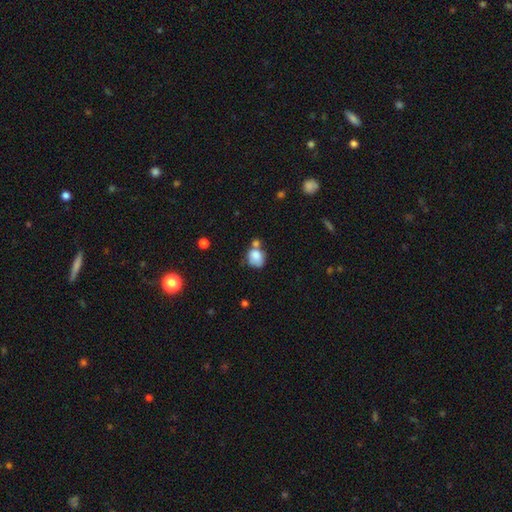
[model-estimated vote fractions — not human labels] smooth-or-featured: smooth: 80% | featured or disk: 12% | star or artifact: 9%
  how-rounded: round: 61% | in between: 37% | cigar-shaped: 1%
  merging: none: 37% | merger: 35% | minor disturbance: 20% | major disturbance: 9%